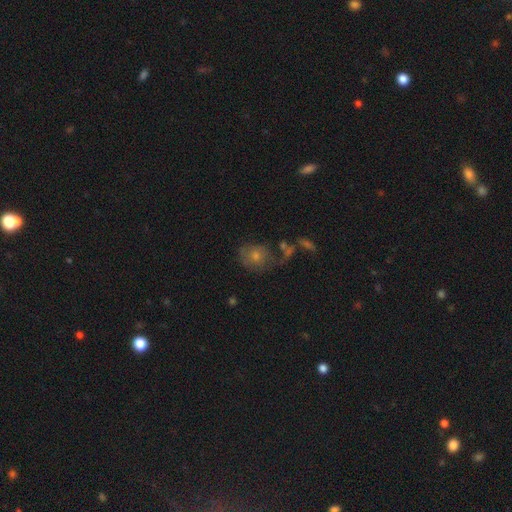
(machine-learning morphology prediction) Smooth or featured?
  - smooth: 46% *
  - featured or disk: 35%
  - star or artifact: 20%
Merging?
  - none: 56% *
  - minor disturbance: 19%
  - major disturbance: 14%
  - merger: 11%